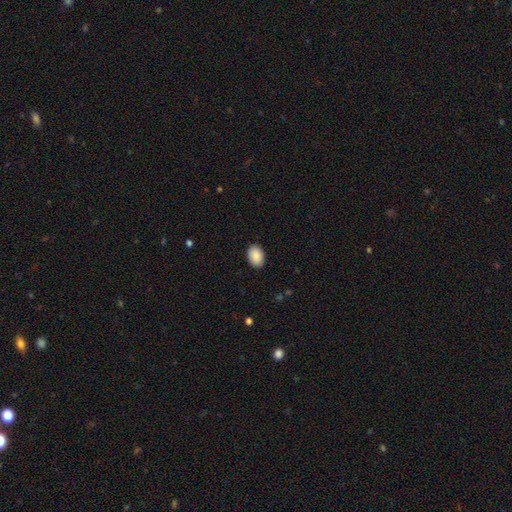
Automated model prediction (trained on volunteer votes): Smooth or featured? Predicted: smooth (p=0.90). How rounded? Predicted: in between (p=0.86). Merging? Predicted: none (p=0.89).